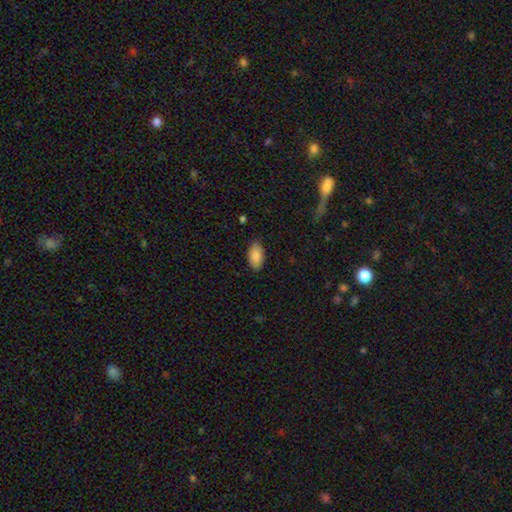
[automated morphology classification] Smooth or featured? Predicted: smooth (p=0.88). How rounded? Predicted: in between (p=0.94). Merging? Predicted: none (p=0.87).